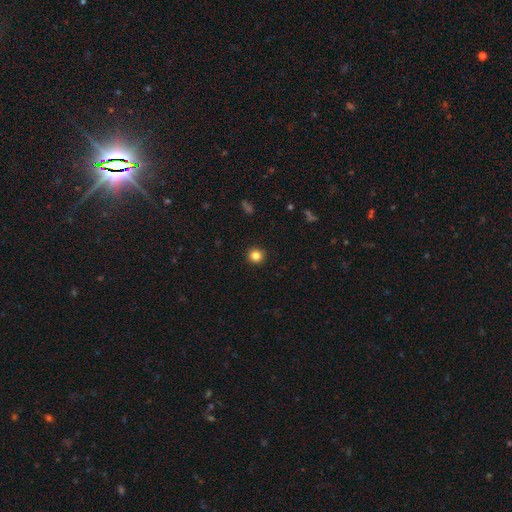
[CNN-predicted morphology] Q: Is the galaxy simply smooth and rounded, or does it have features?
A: smooth — 83%.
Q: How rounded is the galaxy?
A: round — 94%.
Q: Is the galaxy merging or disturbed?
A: none — 93%.